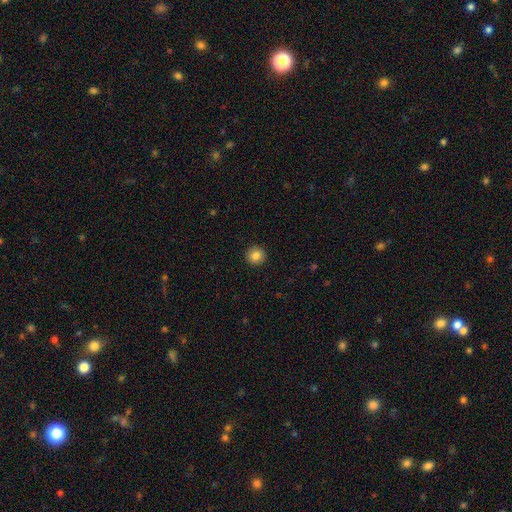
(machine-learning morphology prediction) A smooth galaxy with no disk features (85%) that is round (95%).

Vote fractions:
- Smooth or featured? smooth: 85% / star or artifact: 9% / featured or disk: 6%
- How rounded? round: 95% / in between: 4% / cigar-shaped: 1%
- Merging? none: 93% / minor disturbance: 4% / major disturbance: 1% / merger: 1%